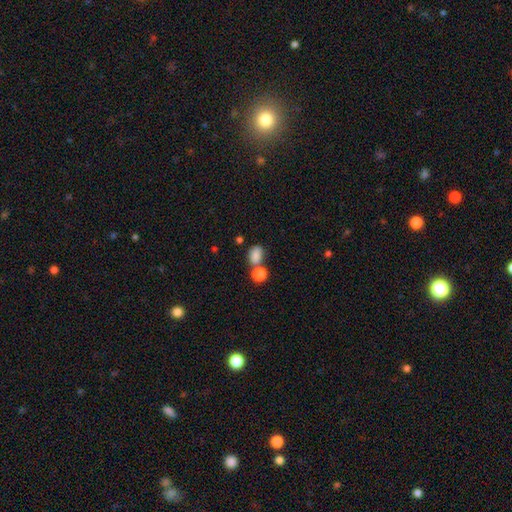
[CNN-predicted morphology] This appears to be a smooth galaxy with no disk features (81%) that is in between round and cigar-shaped (70%). Merging: none (51%).